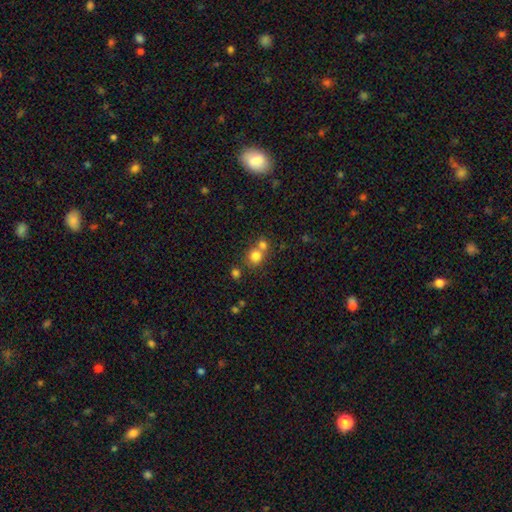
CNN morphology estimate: This appears to be a smooth galaxy with no disk features (78%) that is round (85%). Merging: none (48%).